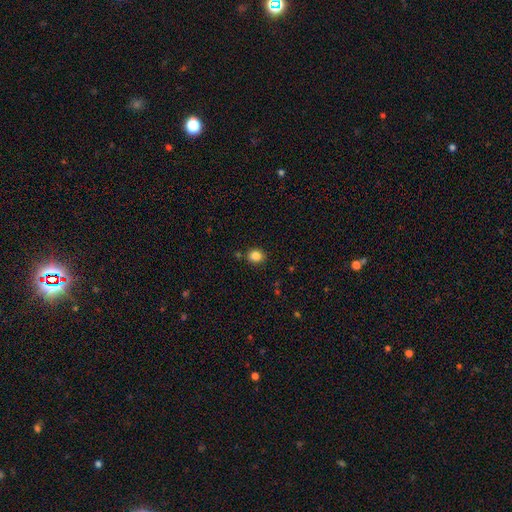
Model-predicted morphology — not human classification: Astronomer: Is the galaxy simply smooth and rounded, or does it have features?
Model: smooth — 85%.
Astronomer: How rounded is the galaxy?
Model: round — 69%.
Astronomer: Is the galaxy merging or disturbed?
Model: none — 84%.